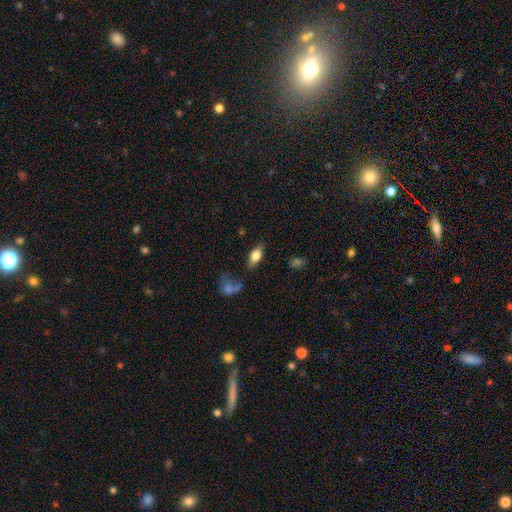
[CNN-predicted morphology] Q: Smooth or featured?
A: smooth (69%); runner-up: featured or disk (23%)
Q: How rounded?
A: in between (83%); runner-up: cigar-shaped (12%)
Q: Merging?
A: none (77%); runner-up: minor disturbance (15%)